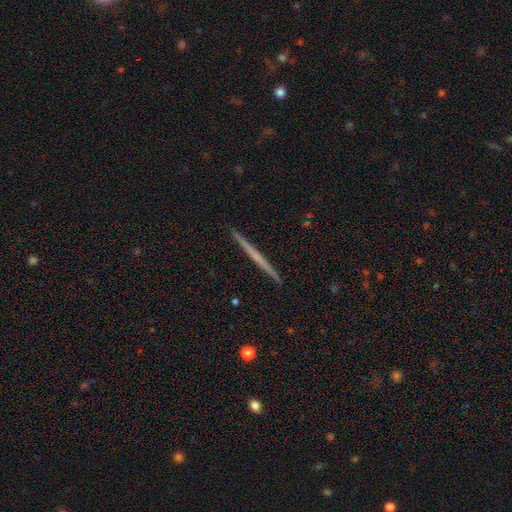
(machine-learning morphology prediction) smooth-or-featured: featured or disk: 56% | smooth: 38% | star or artifact: 6%
  disk-edge-on: yes: 98% | no: 2%
    edge-on-bulge: none: 89% | rounded: 8% | boxy: 3%
  merging: none: 93% | minor disturbance: 5% | major disturbance: 1% | merger: 1%